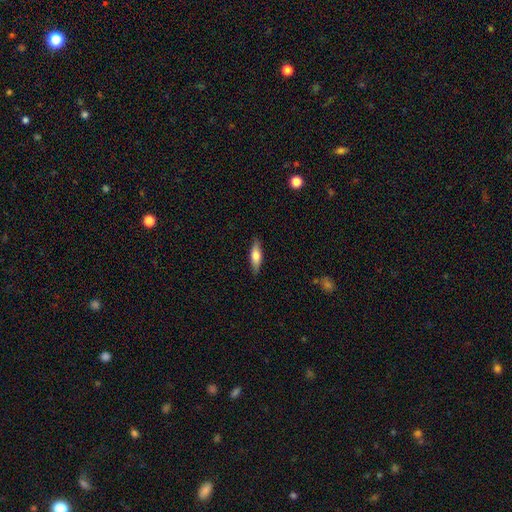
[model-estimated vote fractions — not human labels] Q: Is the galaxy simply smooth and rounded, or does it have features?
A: smooth — 66%.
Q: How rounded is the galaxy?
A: in between — 50%.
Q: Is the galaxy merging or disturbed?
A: none — 86%.